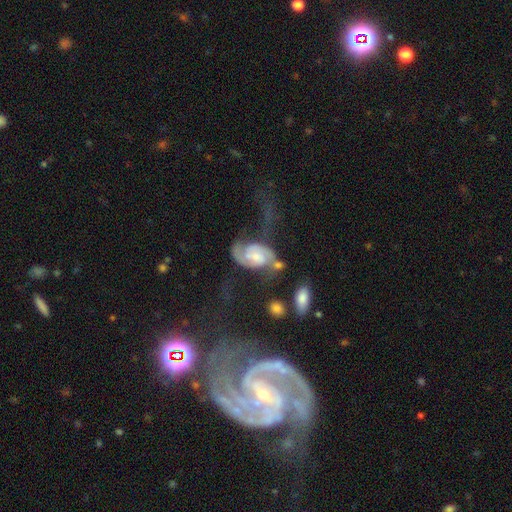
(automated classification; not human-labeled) A featured or disk galaxy (83%) with no bar (48%), 2 (90%) medium (49%) spiral arms (95%) and a moderate central bulge (38%). Merging: none (38%).